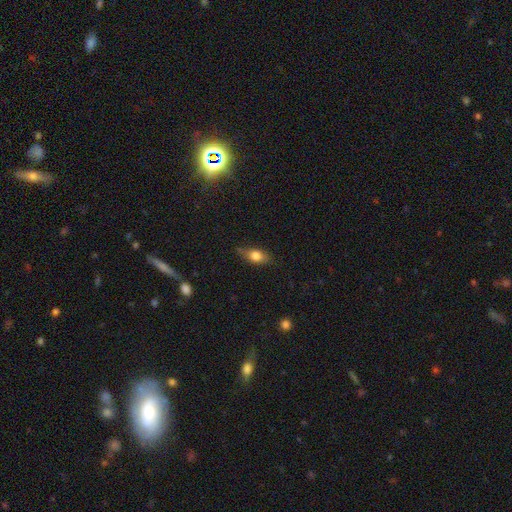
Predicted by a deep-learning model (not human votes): This appears to be a smooth galaxy with no disk features (74%) that is in between round and cigar-shaped (77%). Merging: none (74%).